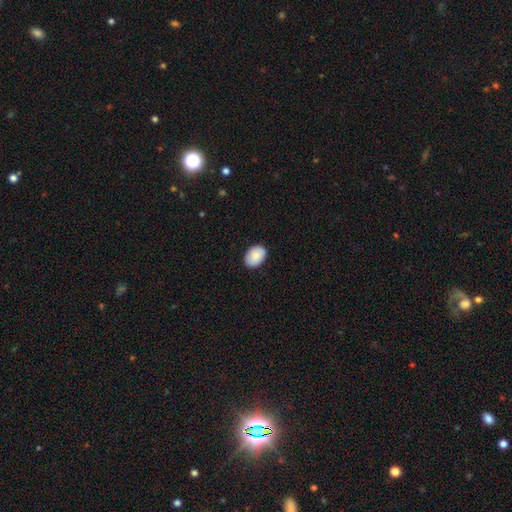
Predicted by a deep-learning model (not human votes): Overall: smooth (86%). How rounded: in between (81%). Merging: none (88%).